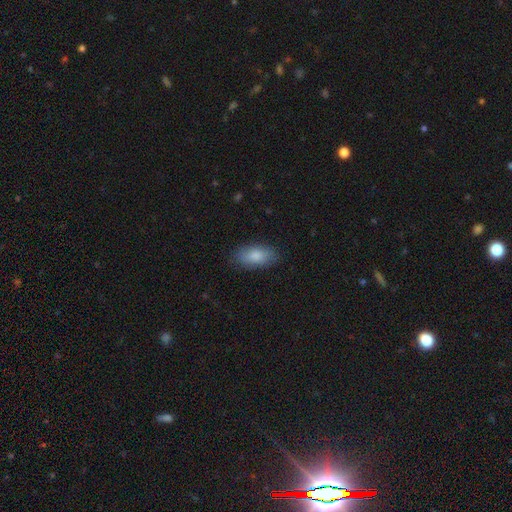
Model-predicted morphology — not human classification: smooth_or_featured: smooth (p=0.84) [alt: featured or disk p=0.10]
how_rounded: in between (p=0.92) [alt: cigar-shaped p=0.05]
merging: none (p=0.83) [alt: minor disturbance p=0.12]